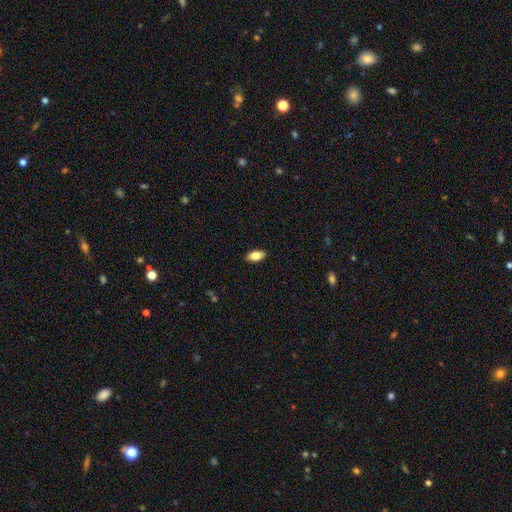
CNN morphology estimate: type=smooth (81%); roundness=in between (89%); merging=none (89%).